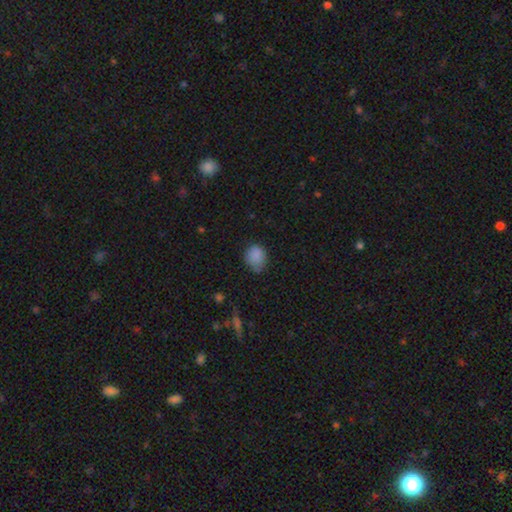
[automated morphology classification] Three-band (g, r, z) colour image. It shows a smooth galaxy with no disk features (85%) that is round (62%). Merging: none (66%).